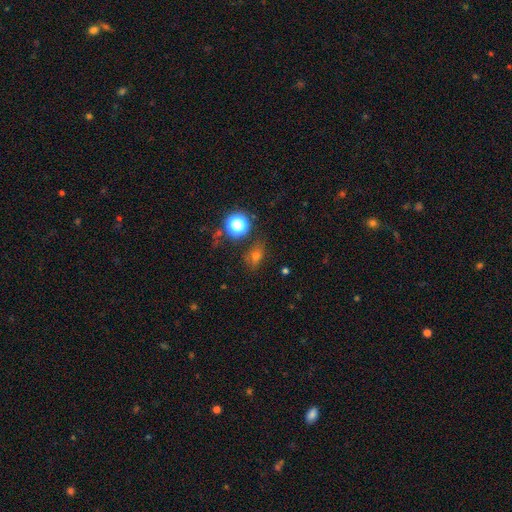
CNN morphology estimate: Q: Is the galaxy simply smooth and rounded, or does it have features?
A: smooth — 55%.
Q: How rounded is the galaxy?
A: in between — 51%.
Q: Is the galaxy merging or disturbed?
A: none — 71%.